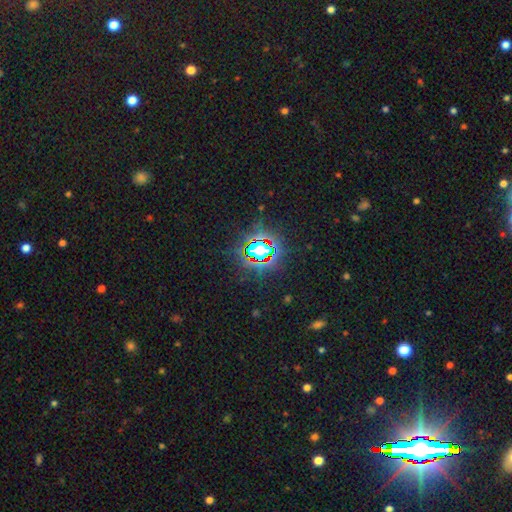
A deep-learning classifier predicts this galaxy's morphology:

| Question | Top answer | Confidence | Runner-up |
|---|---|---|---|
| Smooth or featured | star or artifact | 81% | smooth (12%) |